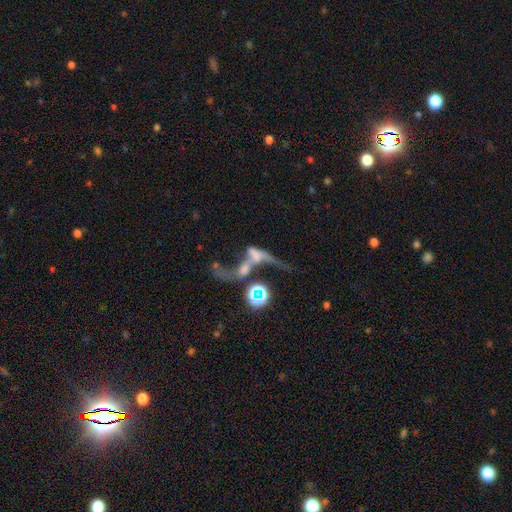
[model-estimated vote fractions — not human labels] Smooth or featured? featured or disk (53%)
Edge-on disk? no (86%)
Merging? merger (57%)